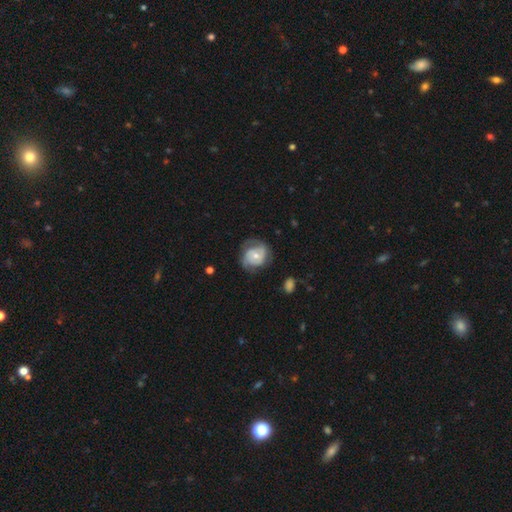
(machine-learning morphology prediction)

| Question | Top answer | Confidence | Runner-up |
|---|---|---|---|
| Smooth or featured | featured or disk | 70% | smooth (24%) |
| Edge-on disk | no | 98% | yes (2%) |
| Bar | no | 65% | weak (28%) |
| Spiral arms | yes | 88% | no (12%) |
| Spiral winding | tight | 47% | medium (38%) |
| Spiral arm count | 2 | 54% | can't tell (21%) |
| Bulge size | moderate | 49% | small (46%) |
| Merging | none | 62% | minor disturbance (23%) |